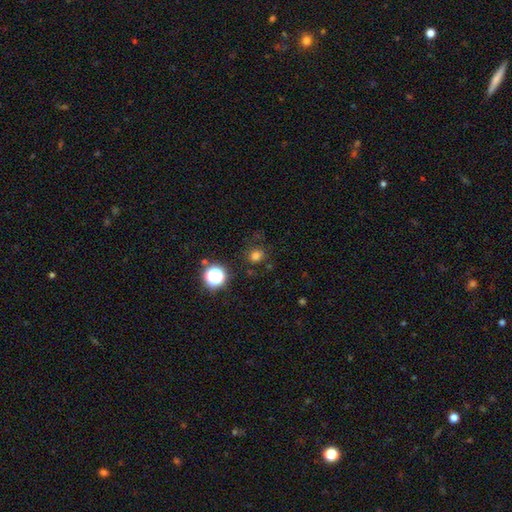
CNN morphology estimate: smooth-or-featured: smooth: 74% | star or artifact: 20% | featured or disk: 6%
  how-rounded: round: 78% | in between: 21% | cigar-shaped: 1%
  merging: none: 81% | minor disturbance: 12% | major disturbance: 4% | merger: 3%